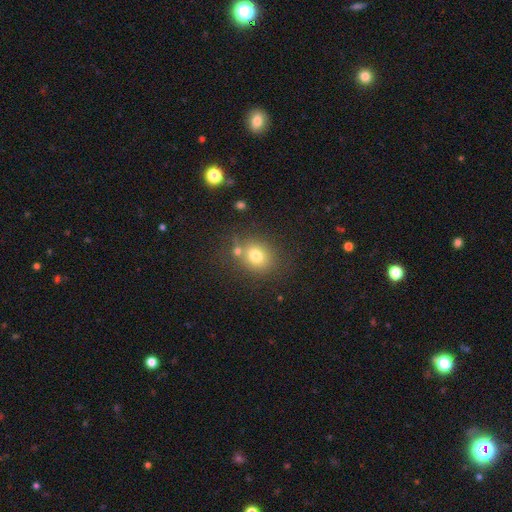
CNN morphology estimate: Smooth or featured? smooth (76%)
How rounded? round (67%)
Merging? none (66%)